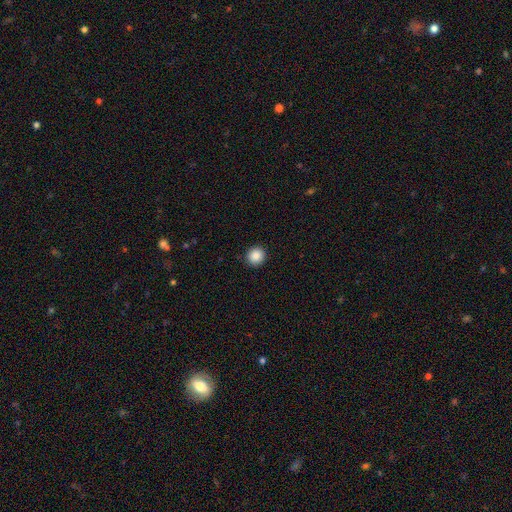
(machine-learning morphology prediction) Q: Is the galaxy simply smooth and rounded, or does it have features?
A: smooth — 88%.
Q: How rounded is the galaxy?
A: round — 93%.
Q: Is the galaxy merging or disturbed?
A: none — 93%.